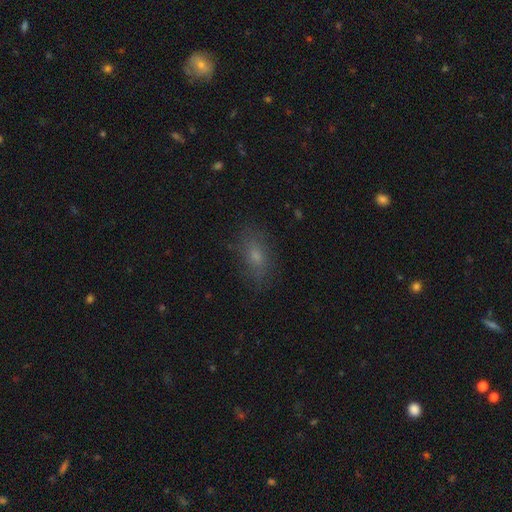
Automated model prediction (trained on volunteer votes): Morphology: type=smooth (64%); roundness=in between (80%); merging=none (77%).